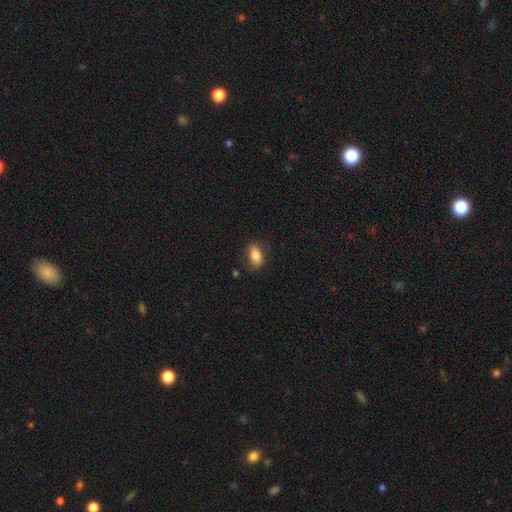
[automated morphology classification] smooth-or-featured: smooth: 81% | featured or disk: 12% | star or artifact: 8%
  how-rounded: in between: 85% | cigar-shaped: 9% | round: 6%
  merging: none: 81% | minor disturbance: 14% | major disturbance: 3% | merger: 1%